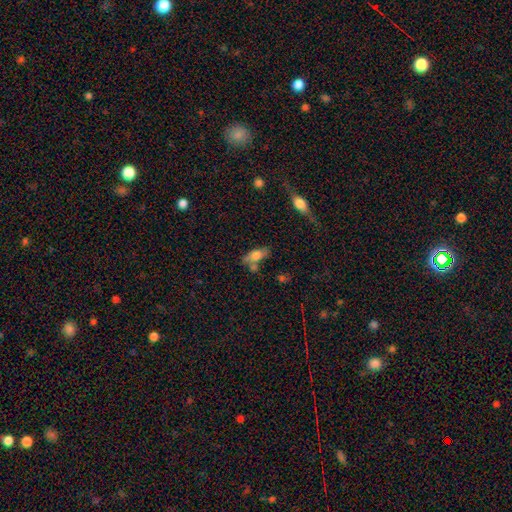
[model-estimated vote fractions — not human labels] smooth-or-featured: smooth: 68% | featured or disk: 23% | star or artifact: 9%
  how-rounded: in between: 78% | cigar-shaped: 17% | round: 5%
  merging: none: 50% | merger: 23% | minor disturbance: 19% | major disturbance: 8%